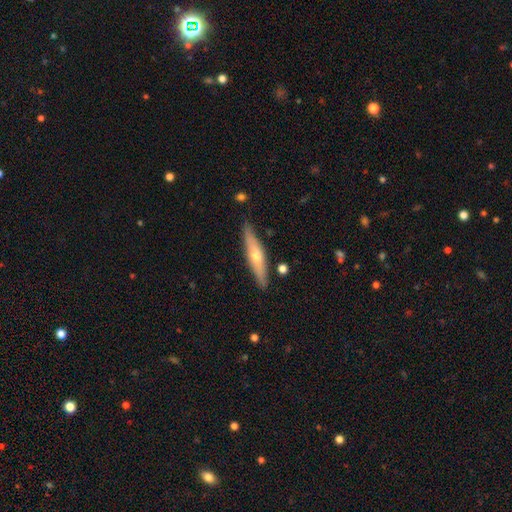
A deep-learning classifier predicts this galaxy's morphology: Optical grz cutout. It shows a featured or disk galaxy (54%) viewed edge-on (89%). Merging: none (86%).